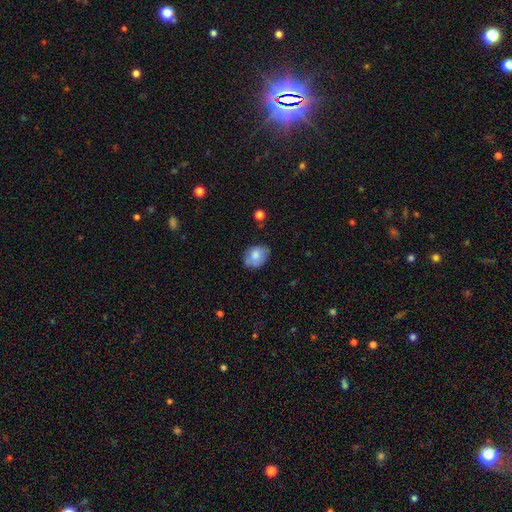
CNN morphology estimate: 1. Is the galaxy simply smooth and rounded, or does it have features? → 75% smooth, 18% featured or disk, 8% star or artifact.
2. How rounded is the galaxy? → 63% in between, 36% round, 1% cigar-shaped.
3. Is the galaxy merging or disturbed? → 68% none, 24% minor disturbance, 5% major disturbance, 3% merger.